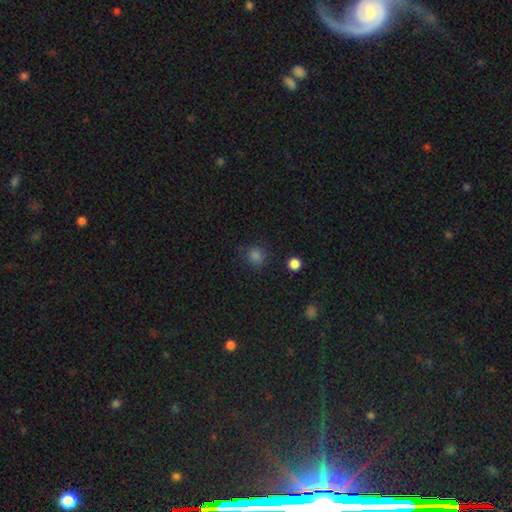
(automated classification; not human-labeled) A smooth galaxy with no disk features (81%) that is round (89%).

Vote fractions:
- Smooth or featured? smooth: 81% / star or artifact: 15% / featured or disk: 4%
- How rounded? round: 89% / in between: 10% / cigar-shaped: 1%
- Merging? none: 85% / minor disturbance: 10% / major disturbance: 3% / merger: 2%